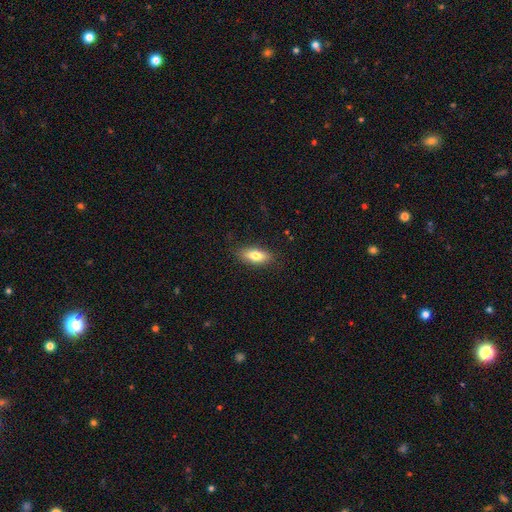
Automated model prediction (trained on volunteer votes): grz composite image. It shows a smooth galaxy with no disk features (77%) that is in between round and cigar-shaped (77%). Merging: none (84%).